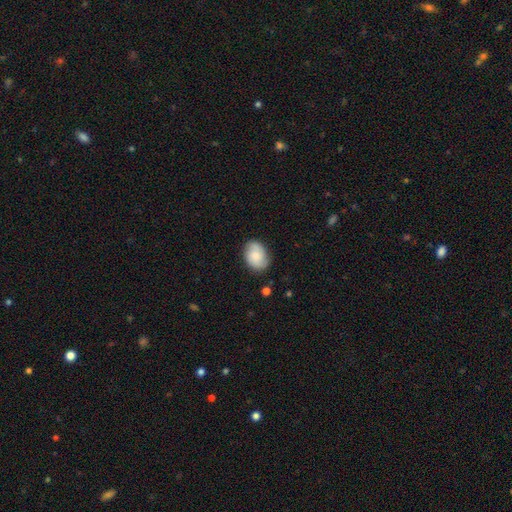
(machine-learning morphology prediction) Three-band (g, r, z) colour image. It shows a smooth galaxy with no disk features (65%) that is in between round and cigar-shaped (74%). Merging: none (78%).